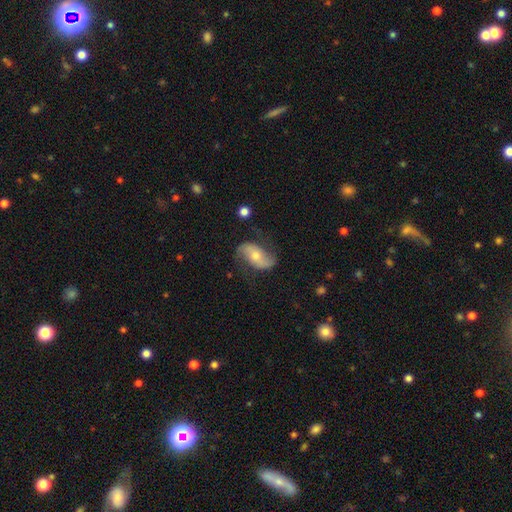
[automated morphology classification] Smooth or featured? featured or disk (69%)
Edge-on disk? no (94%)
Bar? no (53%)
Spiral arms? yes (90%)
Spiral winding? loose (69%)
Spiral arm count? 2 (91%)
Bulge size? moderate (56%)
Merging? none (69%)